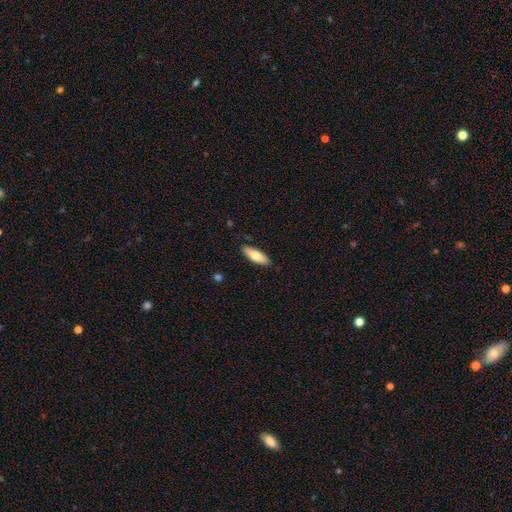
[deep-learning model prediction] Q: Smooth or featured?
A: smooth (74%); runner-up: featured or disk (20%)
Q: How rounded?
A: in between (63%); runner-up: cigar-shaped (35%)
Q: Merging?
A: none (87%); runner-up: minor disturbance (10%)